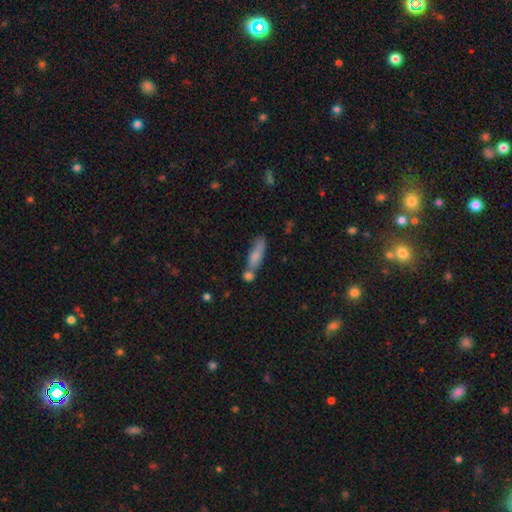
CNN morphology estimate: Smooth or featured?
  - smooth: 75% *
  - featured or disk: 18%
  - star or artifact: 7%
How rounded?
  - cigar-shaped: 59% *
  - in between: 38%
  - round: 3%
Merging?
  - none: 49% *
  - merger: 31%
  - minor disturbance: 15%
  - major disturbance: 5%